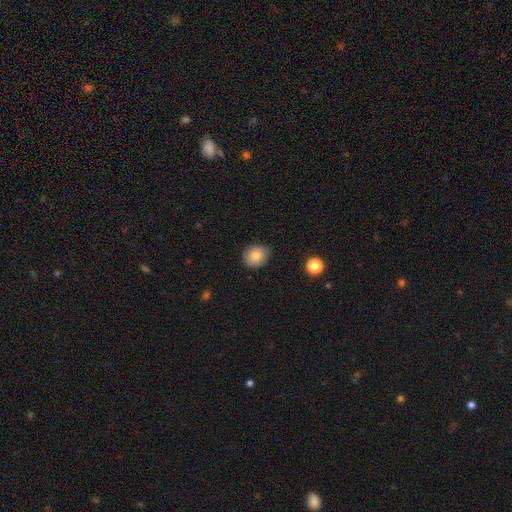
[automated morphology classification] Smooth or featured? smooth (84%)
How rounded? round (60%)
Merging? none (78%)